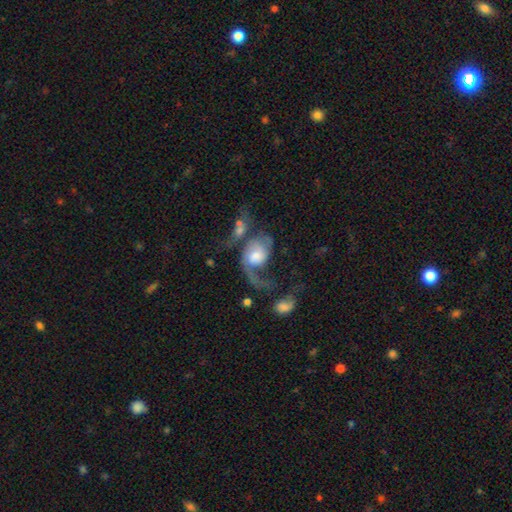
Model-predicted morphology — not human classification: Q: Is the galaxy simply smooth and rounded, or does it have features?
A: featured or disk — 67%.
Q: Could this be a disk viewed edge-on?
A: no — 97%.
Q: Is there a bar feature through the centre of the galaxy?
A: no — 69%.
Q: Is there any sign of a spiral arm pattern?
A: yes — 85%.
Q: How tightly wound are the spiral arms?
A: loose — 62%.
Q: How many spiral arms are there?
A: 1 — 56%.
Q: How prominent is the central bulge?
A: moderate — 43%.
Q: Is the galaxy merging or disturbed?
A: major disturbance — 41%.